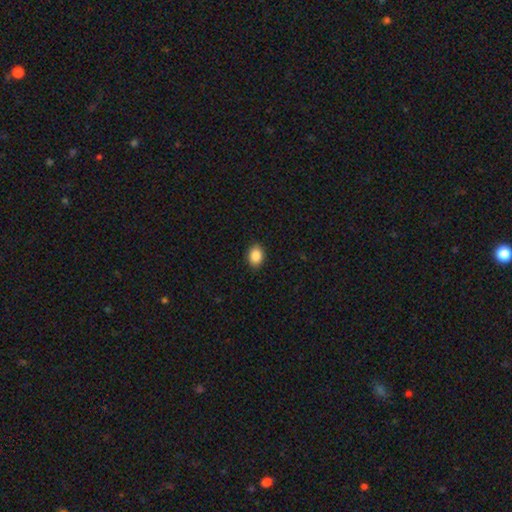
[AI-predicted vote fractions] A smooth galaxy with no disk features (88%) that is in between round and cigar-shaped (71%). Merging: none (90%).